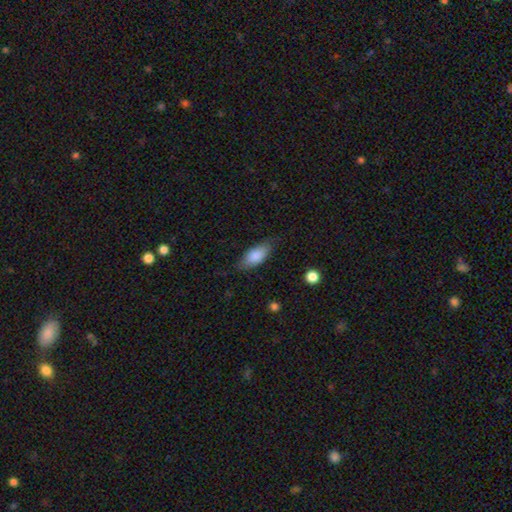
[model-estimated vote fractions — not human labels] A smooth galaxy with no disk features (84%) that is in between round and cigar-shaped (86%). Merging: none (73%).